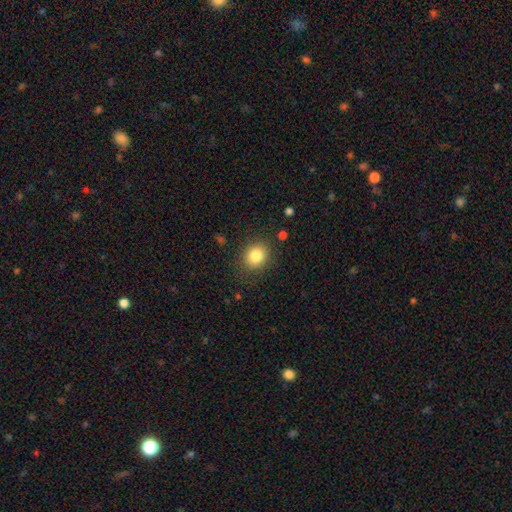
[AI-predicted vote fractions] Q: Smooth or featured?
A: smooth (83%); runner-up: star or artifact (10%)
Q: How rounded?
A: round (67%); runner-up: in between (32%)
Q: Merging?
A: none (85%); runner-up: minor disturbance (10%)